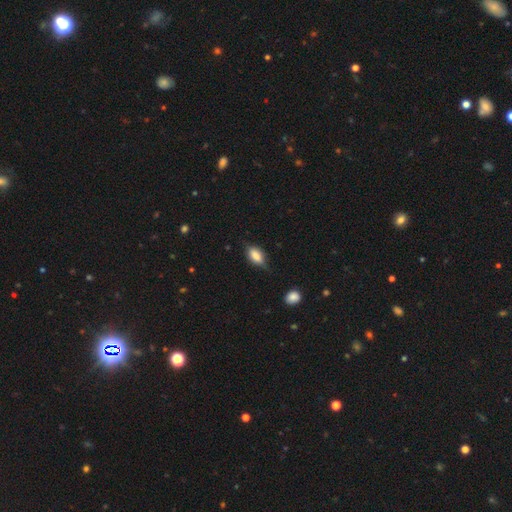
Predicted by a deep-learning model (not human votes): Smooth or featured? Predicted: smooth (p=0.75). How rounded? Predicted: in between (p=0.84). Merging? Predicted: none (p=0.66).